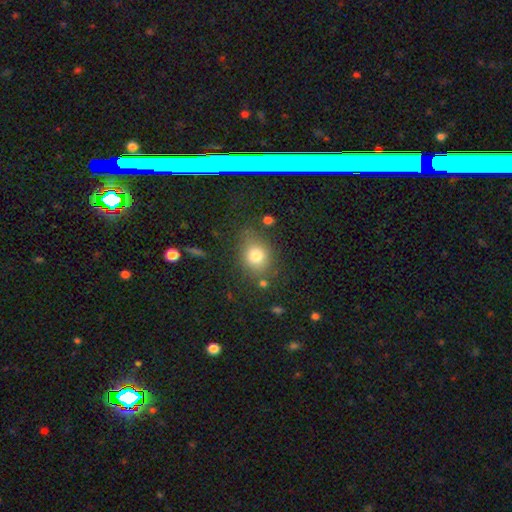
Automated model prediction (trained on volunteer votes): Smooth or featured? smooth (78%)
How rounded? round (55%)
Merging? none (73%)